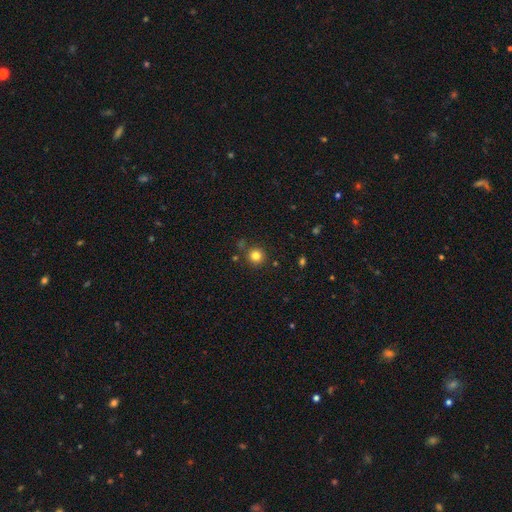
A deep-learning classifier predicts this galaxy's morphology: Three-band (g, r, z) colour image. It shows a smooth galaxy with no disk features (81%) that is round (94%). Merging: none (85%).